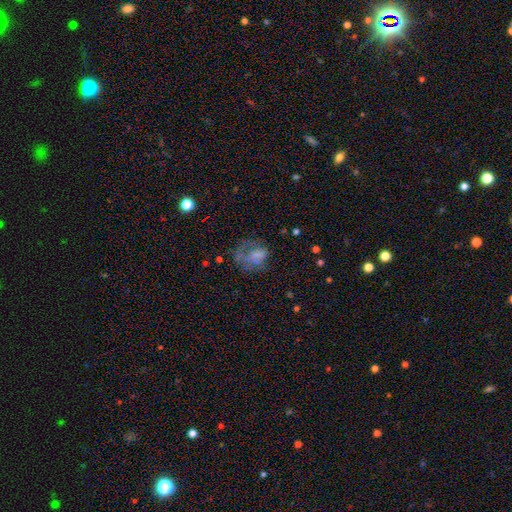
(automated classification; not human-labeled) A smooth galaxy with no disk features (48%).

Vote fractions:
- Smooth or featured? smooth: 48% / featured or disk: 37% / star or artifact: 15%
- Merging? major disturbance: 42% / none: 32% / minor disturbance: 23% / merger: 4%